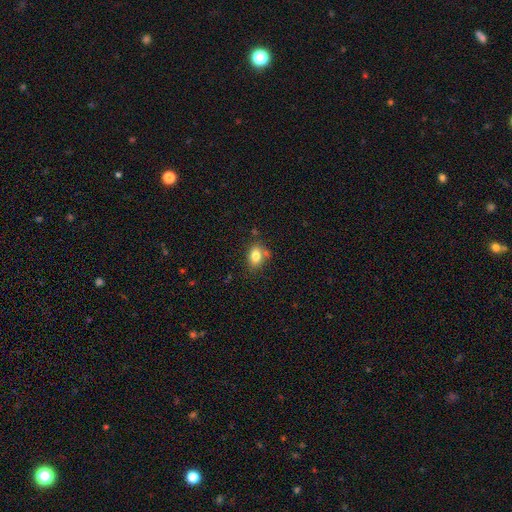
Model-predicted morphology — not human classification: Smooth or featured: smooth — 82% (star or artifact — 9%)
How rounded: in between — 78% (round — 20%)
Merging: none — 66% (minor disturbance — 17%)